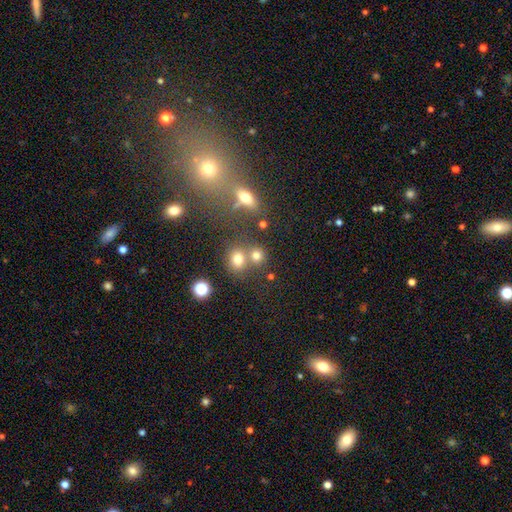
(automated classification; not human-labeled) This appears to be a smooth galaxy with no disk features (69%) that is round (77%). Merging: none (52%).